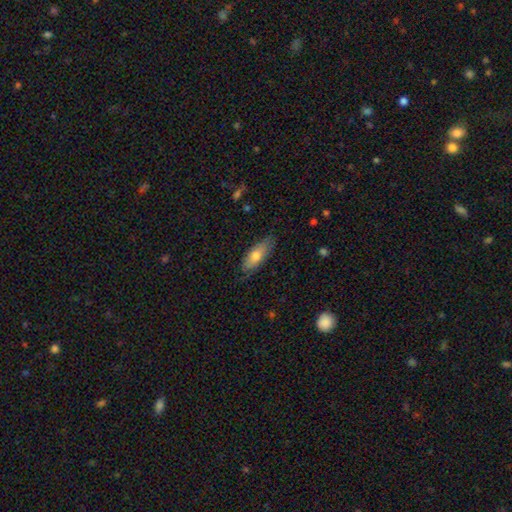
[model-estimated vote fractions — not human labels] Morphology: type=smooth (70%); roundness=in between (66%); merging=none (78%).